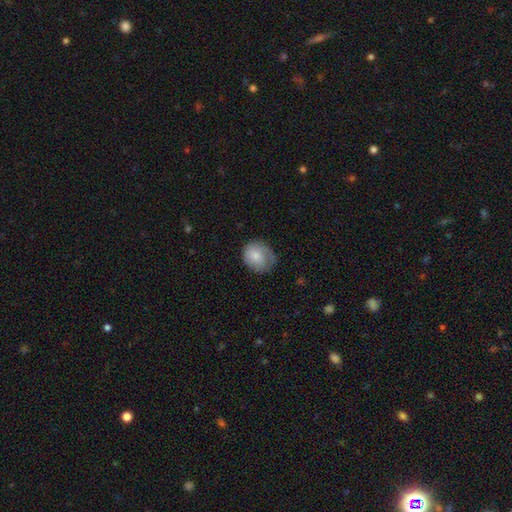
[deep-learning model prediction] This is likely a smooth galaxy (76%). How rounded: likely round (66%). Merging: possibly none (58%).